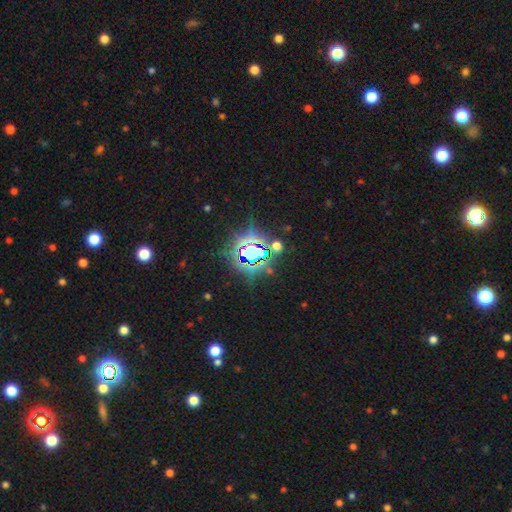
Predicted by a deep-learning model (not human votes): A star or artifact, not a galaxy (79%).